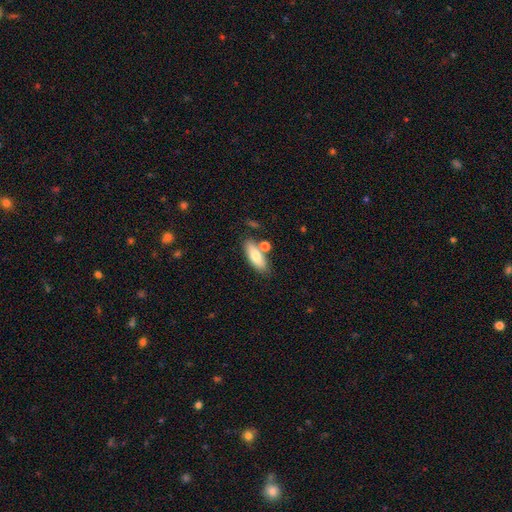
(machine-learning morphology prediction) type=smooth (77%); roundness=in between (70%); merging=none (68%).